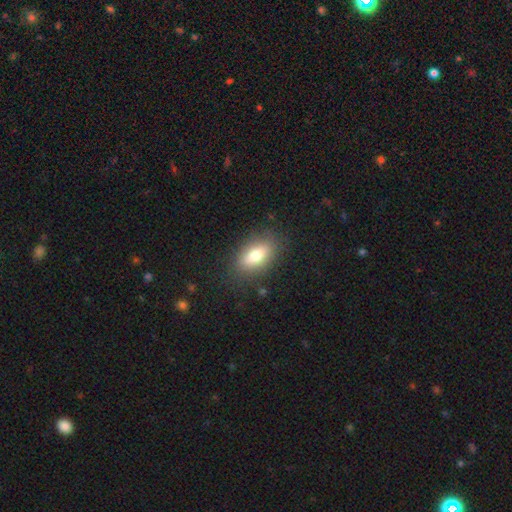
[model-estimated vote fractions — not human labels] Smooth or featured? Predicted: smooth (p=0.74). How rounded? Predicted: in between (p=0.85). Merging? Predicted: none (p=0.83).